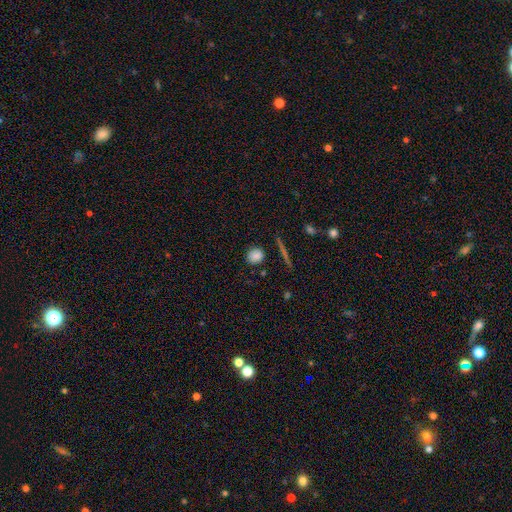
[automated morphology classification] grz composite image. It shows a smooth galaxy with no disk features (83%) that is round (82%). Merging: none (86%).